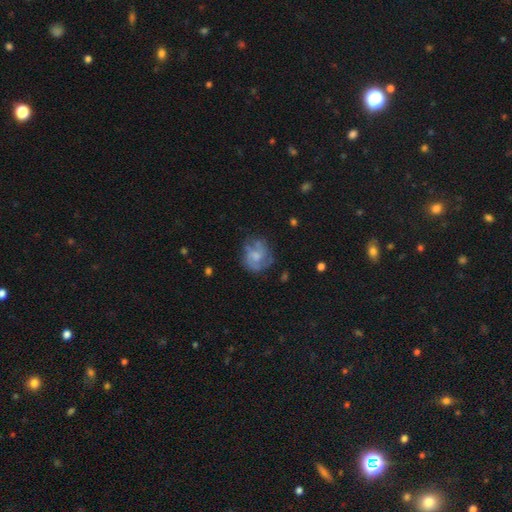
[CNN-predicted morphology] Overall: featured or disk (60%; smooth 32%). Edge-on disk: no (98%). Bar: no (68%). Spiral arms: yes (71%). Bulge size: moderate (40%; small 30%). Merging: none (58%; minor disturbance 23%).